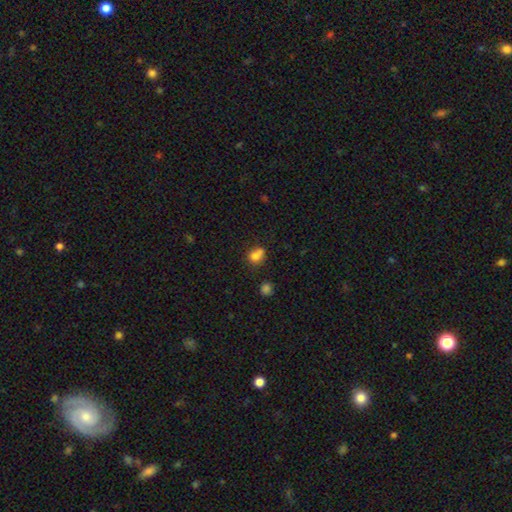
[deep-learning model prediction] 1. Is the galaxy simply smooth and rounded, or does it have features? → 76% smooth, 13% star or artifact, 12% featured or disk.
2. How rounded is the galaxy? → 56% round, 42% in between, 1% cigar-shaped.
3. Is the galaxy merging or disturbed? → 42% none, 29% merger, 21% minor disturbance, 8% major disturbance.